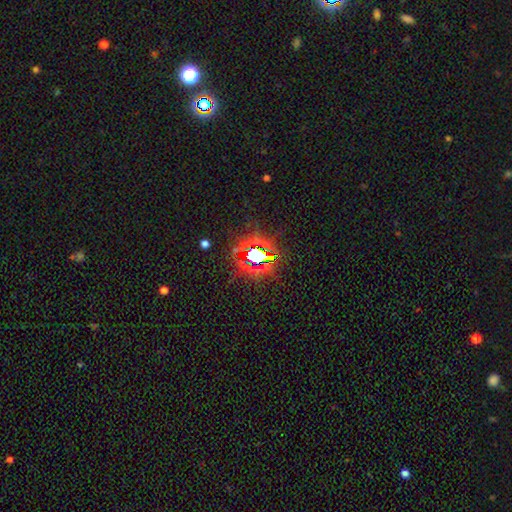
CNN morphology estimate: The model was most divided on "smooth or featured": star or artifact: 76%, smooth: 14%, featured or disk: 10%.